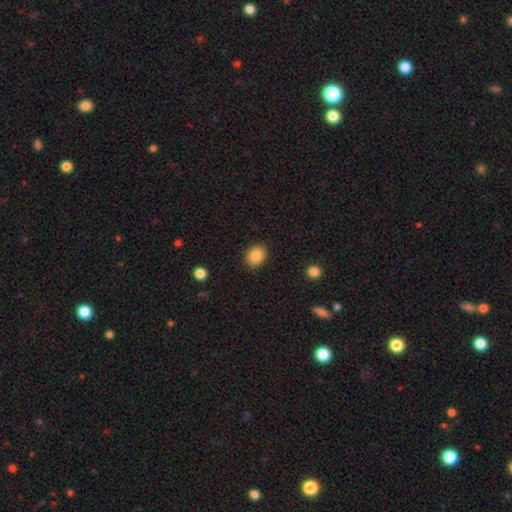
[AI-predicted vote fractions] This is clearly a smooth galaxy (87%). How rounded: possibly round (50%). Merging: clearly none (88%).